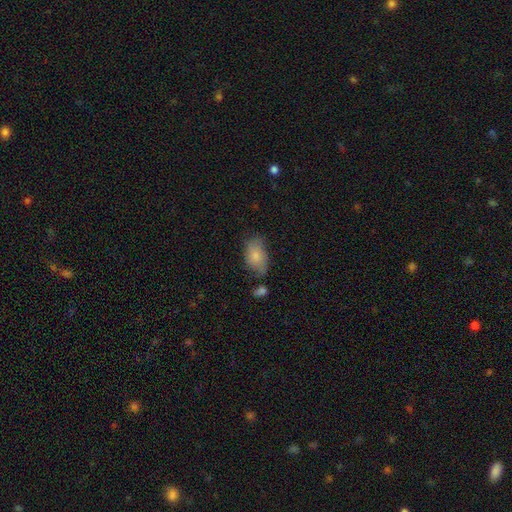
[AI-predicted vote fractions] smooth_or_featured: smooth (p=0.79) [alt: featured or disk p=0.14]
how_rounded: in between (p=0.91) [alt: round p=0.07]
merging: none (p=0.55) [alt: minor disturbance p=0.28]